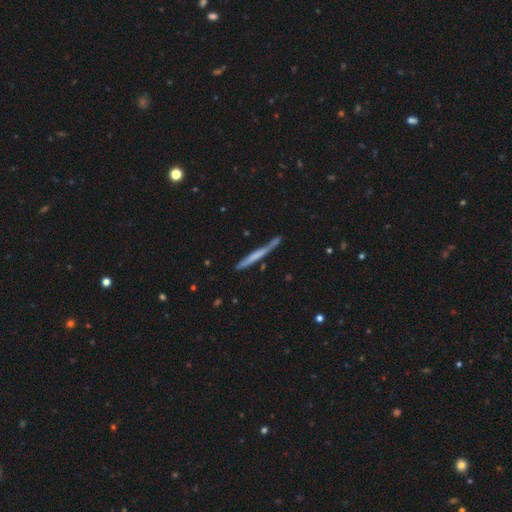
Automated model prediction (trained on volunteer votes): A smooth galaxy with no disk features (47%, tied with featured or disk).

Vote fractions:
- Smooth or featured? smooth: 47% (tied) / featured or disk: 47% (tied) / star or artifact: 6%
- Merging? none: 77% / minor disturbance: 16% / merger: 3% / major disturbance: 3%